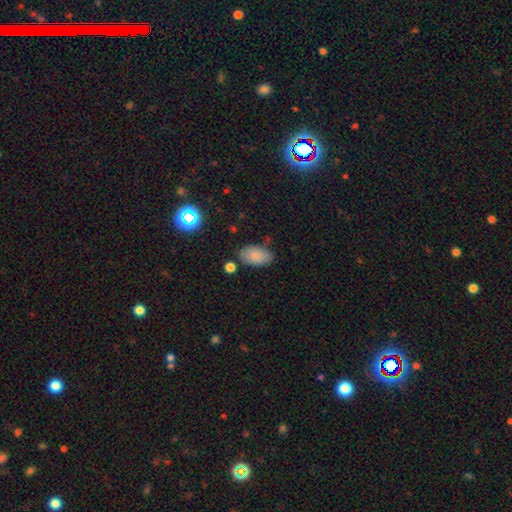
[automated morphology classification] type=smooth (83%); roundness=in between (94%); merging=none (71%).